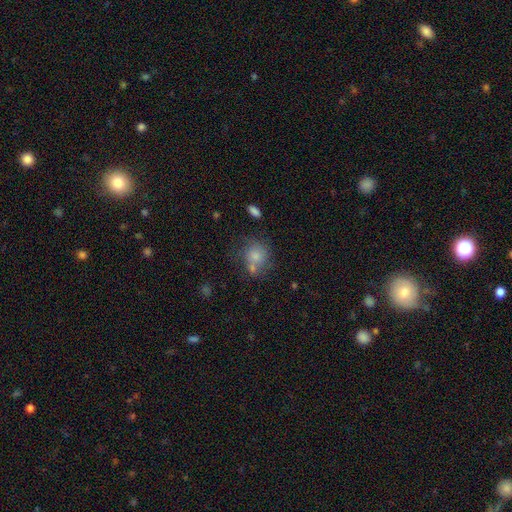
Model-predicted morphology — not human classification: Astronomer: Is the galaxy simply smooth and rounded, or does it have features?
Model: smooth — 76%.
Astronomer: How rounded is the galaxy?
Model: round — 74%.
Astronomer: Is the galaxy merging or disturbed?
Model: none — 49% (runner-up: merger, 26%).